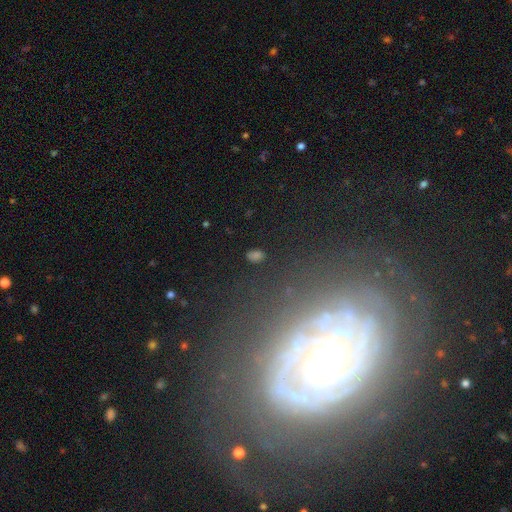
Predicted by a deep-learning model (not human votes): Overall: smooth (58%; star or artifact 29%). How rounded: in between (80%). Merging: none (82%).